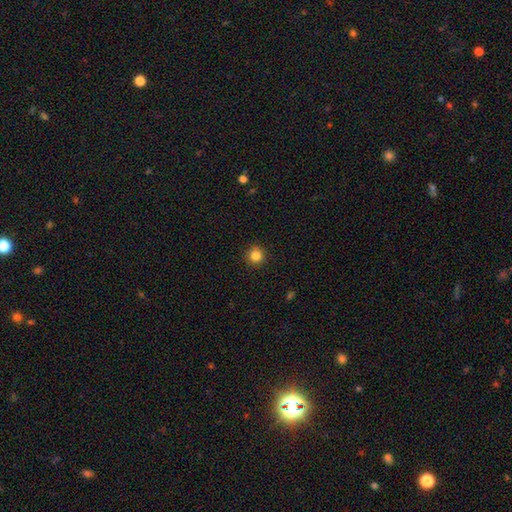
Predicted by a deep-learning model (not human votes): A smooth galaxy with no disk features (84%) that is round (95%).

Vote fractions:
- Smooth or featured? smooth: 84% / star or artifact: 12% / featured or disk: 4%
- How rounded? round: 95% / in between: 4% / cigar-shaped: 1%
- Merging? none: 92% / minor disturbance: 5% / major disturbance: 2% / merger: 1%